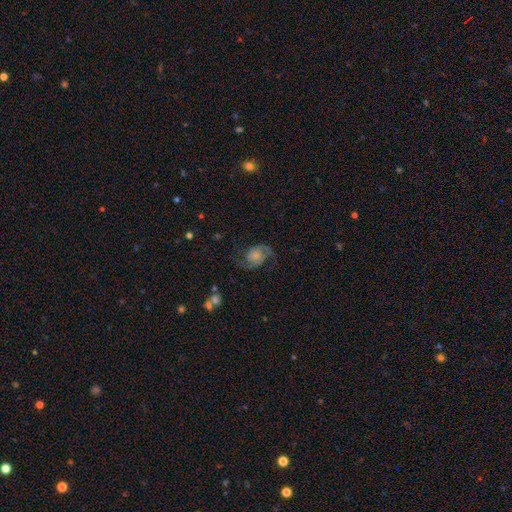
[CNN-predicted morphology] smooth-or-featured: featured or disk: 81% | smooth: 12% | star or artifact: 7%
  disk-edge-on: no: 98% | yes: 2%
    bar: no: 74% | weak: 21% | strong: 4%
    has-spiral-arms: yes: 96% | no: 4%
      spiral-winding: medium: 47% | loose: 39% | tight: 14%
      spiral-arm-count: 2: 93% | can't tell: 2% | 1: 2% | 3: 1% | 4: 1% | more than 4: 1%
    bulge-size: small: 48% | moderate: 25% | none: 15% | large: 9% | dominant: 4%
  merging: none: 69% | minor disturbance: 17% | major disturbance: 12% | merger: 2%